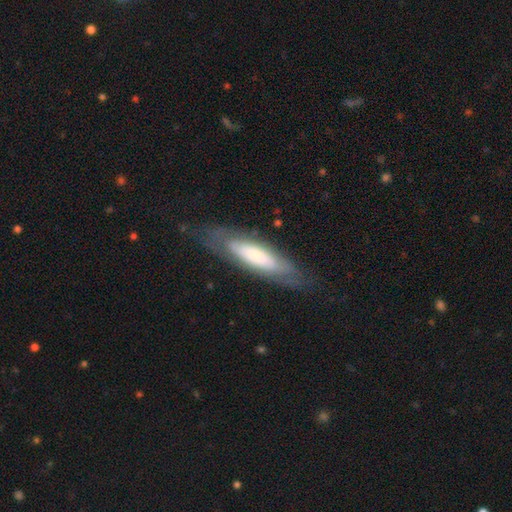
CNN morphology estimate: A smooth galaxy with no disk features (52%) that is cigar-shaped (57%). Merging: none (74%).